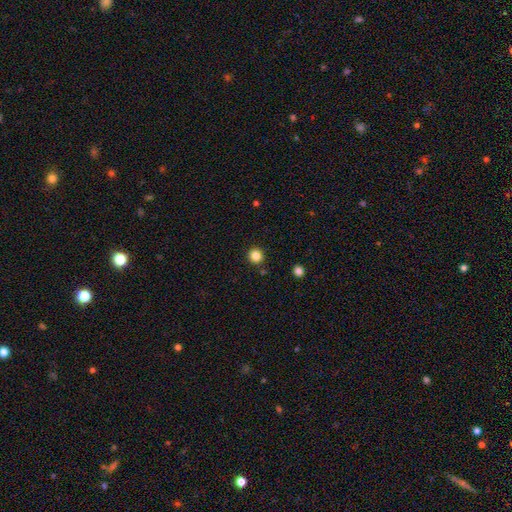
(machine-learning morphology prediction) This appears to be a smooth galaxy with no disk features (84%) that is round (94%). Merging: none (89%).